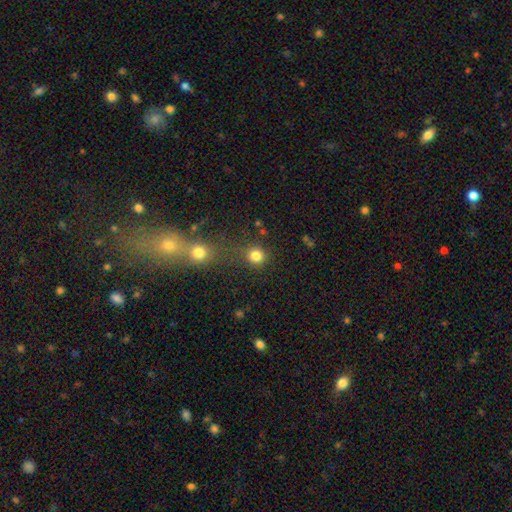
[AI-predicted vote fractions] Smooth or featured? Predicted: smooth (p=0.82). How rounded? Predicted: round (p=0.91). Merging? Predicted: none (p=0.74).